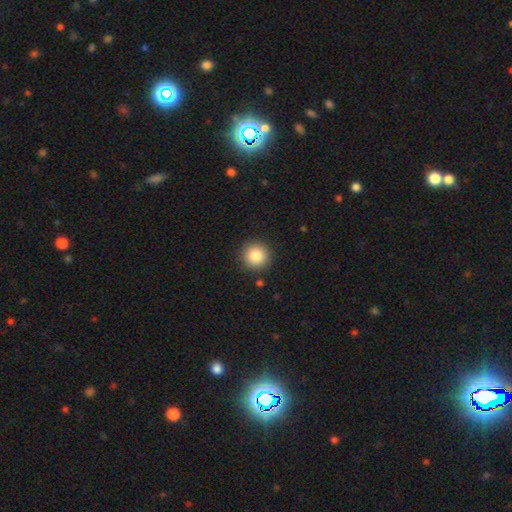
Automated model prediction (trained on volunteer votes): This is clearly a smooth galaxy (86%). How rounded: clearly round (95%). Merging: clearly none (91%).